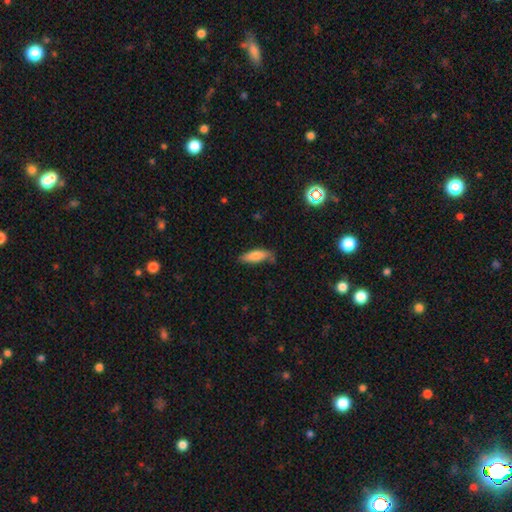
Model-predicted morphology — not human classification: smooth-or-featured: smooth: 79% | featured or disk: 14% | star or artifact: 7%
  how-rounded: in between: 55% | cigar-shaped: 43% | round: 2%
  merging: none: 63% | minor disturbance: 28% | major disturbance: 6% | merger: 4%